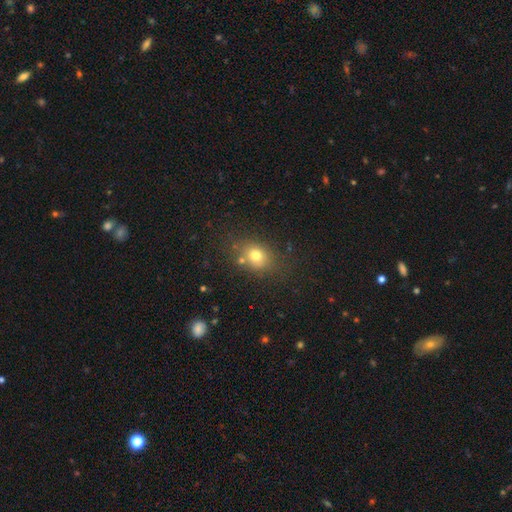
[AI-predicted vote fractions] Smooth or featured? smooth (74%)
How rounded? round (51%)
Merging? none (72%)